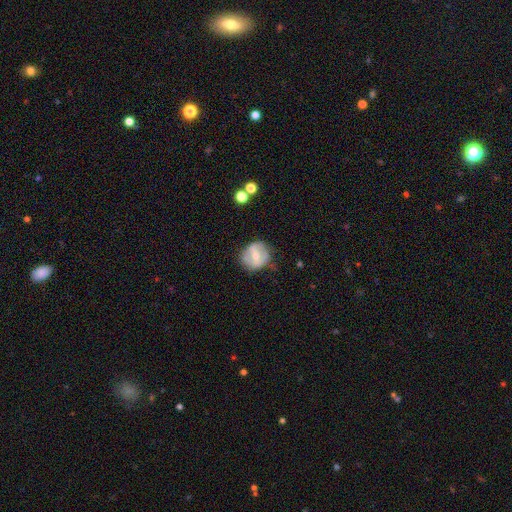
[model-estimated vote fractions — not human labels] featured or disk 49%, smooth 44%, star or artifact 7%. Down the decision tree: merging — none (68%).